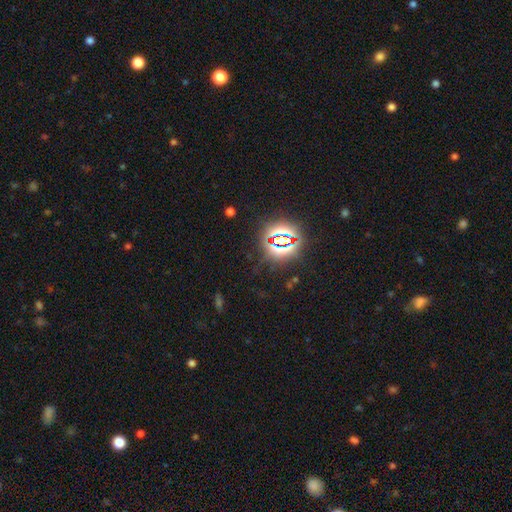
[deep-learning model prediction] This is clearly a star or artifact rather than a galaxy (83%).